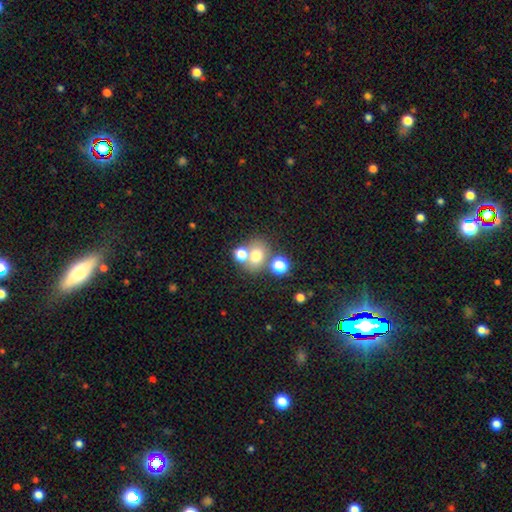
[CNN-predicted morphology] Smooth or featured?
  - smooth: 70% *
  - star or artifact: 16%
  - featured or disk: 14%
How rounded?
  - round: 62% *
  - in between: 37%
  - cigar-shaped: 1%
Merging?
  - none: 54% *
  - merger: 33%
  - minor disturbance: 9%
  - major disturbance: 4%